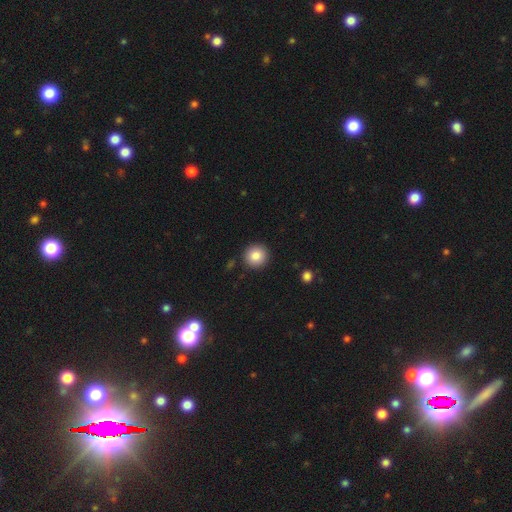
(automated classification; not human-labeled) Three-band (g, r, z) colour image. It shows a smooth galaxy with no disk features (85%) that is round (94%). Merging: none (91%).